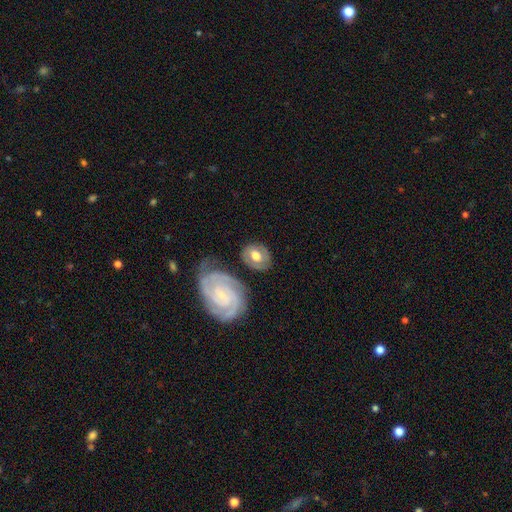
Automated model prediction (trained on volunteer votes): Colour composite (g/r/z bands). It shows a featured or disk galaxy (54%) with no bar (53%), spiral arms (82%) and a moderate central bulge (55%). Merging: none (69%).